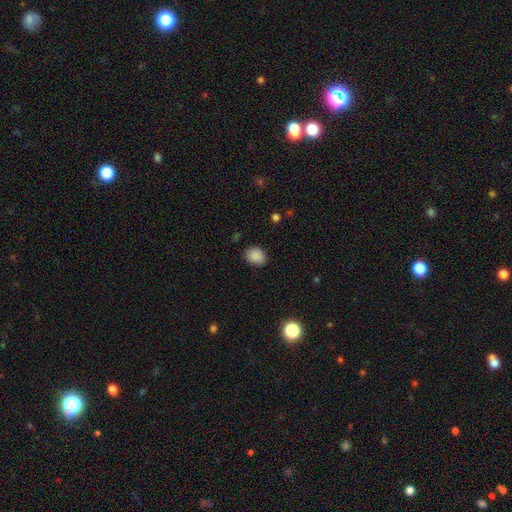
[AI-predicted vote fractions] Smooth or featured? Predicted: smooth (p=0.86). How rounded? Predicted: in between (p=0.52). Merging? Predicted: none (p=0.77).